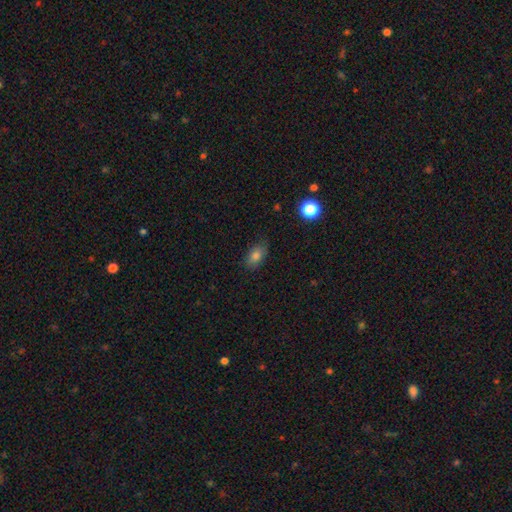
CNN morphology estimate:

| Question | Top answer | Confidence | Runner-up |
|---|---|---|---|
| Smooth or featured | smooth | 80% | star or artifact (10%) |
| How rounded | in between | 87% | round (10%) |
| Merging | none | 78% | minor disturbance (17%) |